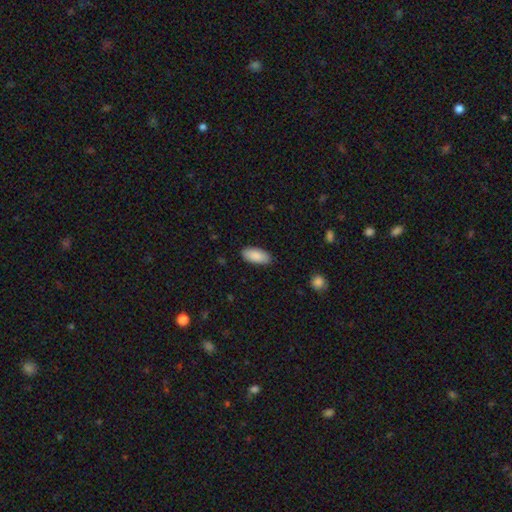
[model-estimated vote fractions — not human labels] A smooth galaxy with no disk features (90%) that is in between round and cigar-shaped (90%). Merging: none (88%).